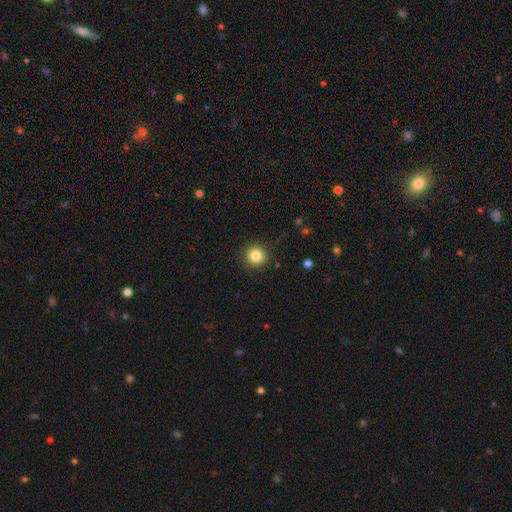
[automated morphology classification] A smooth galaxy with no disk features (84%) that is round (94%). Merging: none (91%).